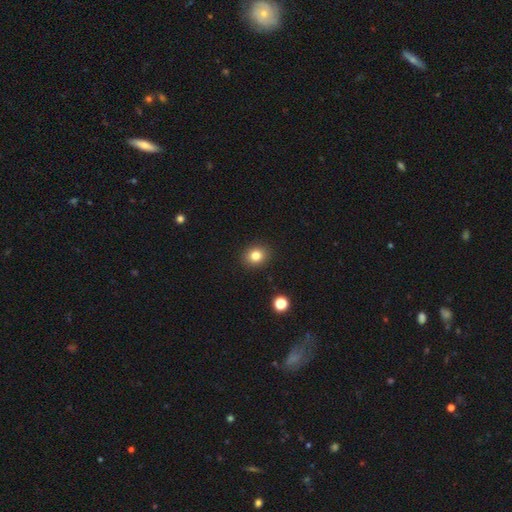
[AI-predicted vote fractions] Smooth or featured: smooth — 82% (star or artifact — 11%)
How rounded: round — 67% (in between — 32%)
Merging: none — 90% (minor disturbance — 6%)